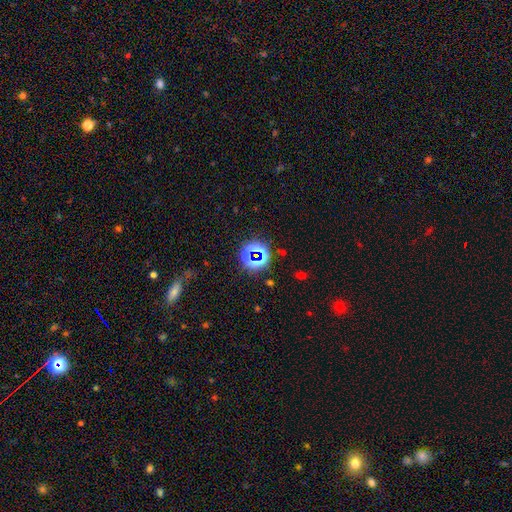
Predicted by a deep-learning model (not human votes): Smooth or featured? star or artifact (68%)